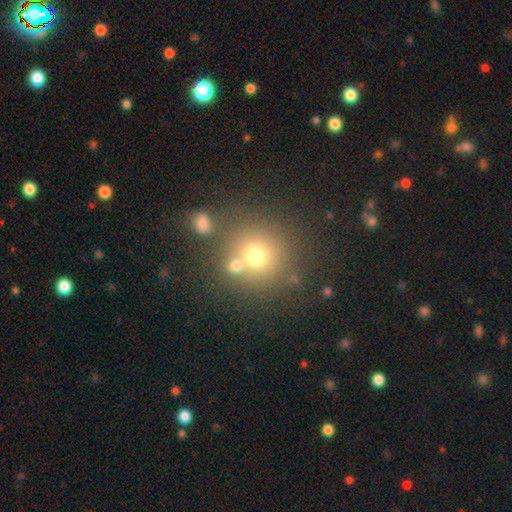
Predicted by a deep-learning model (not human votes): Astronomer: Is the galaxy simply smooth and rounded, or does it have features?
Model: smooth — 69%.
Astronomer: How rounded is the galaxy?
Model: round — 91%.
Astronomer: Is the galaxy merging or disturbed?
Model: none — 64%.